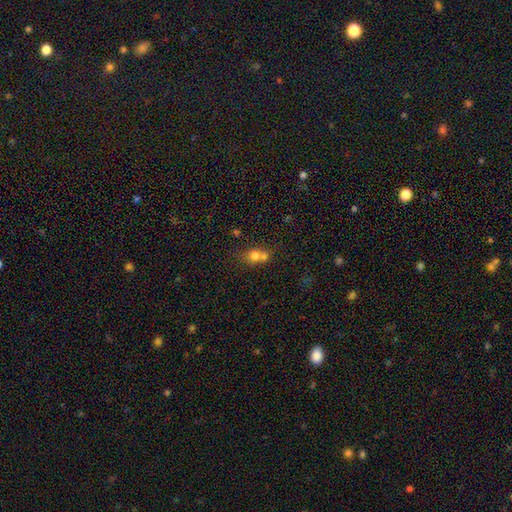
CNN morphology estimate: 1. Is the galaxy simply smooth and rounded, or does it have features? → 71% smooth, 15% featured or disk, 14% star or artifact.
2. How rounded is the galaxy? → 65% round, 33% in between, 2% cigar-shaped.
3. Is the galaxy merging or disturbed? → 58% merger, 31% none, 7% minor disturbance, 3% major disturbance.